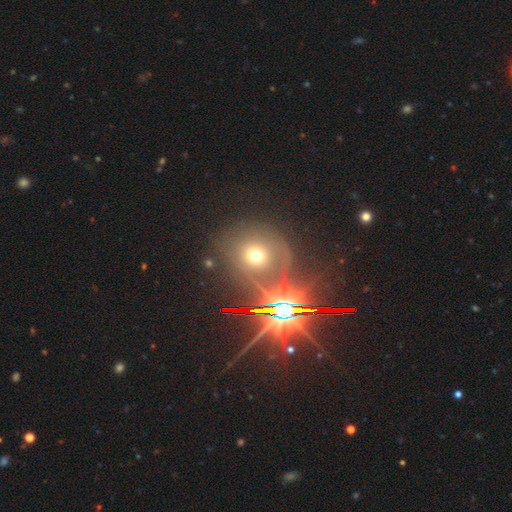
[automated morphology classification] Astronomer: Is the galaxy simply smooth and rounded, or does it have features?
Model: smooth — 52% (runner-up: star or artifact, 31%).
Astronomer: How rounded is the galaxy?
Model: round — 81%.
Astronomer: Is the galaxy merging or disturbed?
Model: none — 68%.